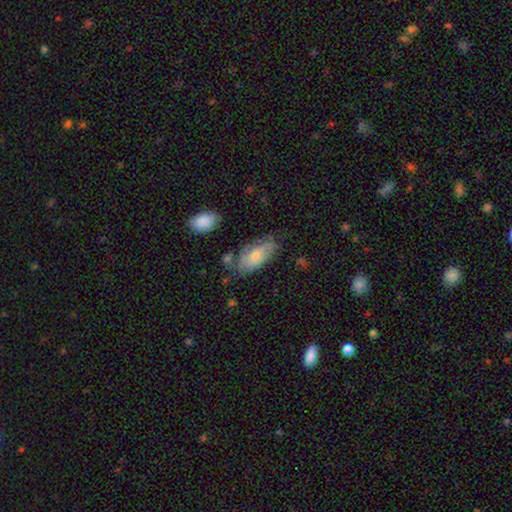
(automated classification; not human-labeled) Overall: smooth (64%; featured or disk 30%). How rounded: in between (90%). Merging: none (60%; minor disturbance 27%).